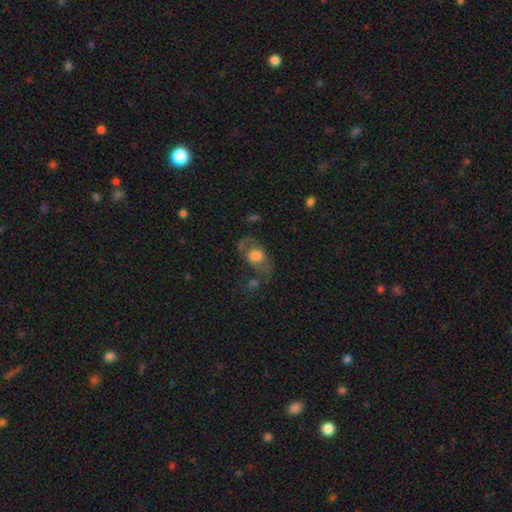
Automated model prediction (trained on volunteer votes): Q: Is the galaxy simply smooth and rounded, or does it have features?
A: smooth — 48%.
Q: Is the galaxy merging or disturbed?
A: none — 51%.